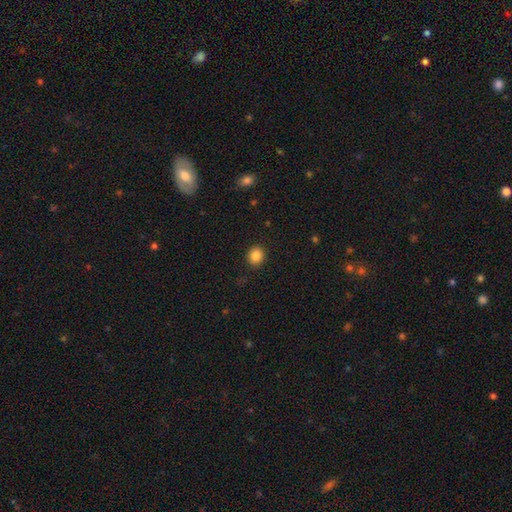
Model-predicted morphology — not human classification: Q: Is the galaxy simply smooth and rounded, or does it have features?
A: smooth — 86%.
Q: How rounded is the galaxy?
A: round — 72%.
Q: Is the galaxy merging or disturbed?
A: none — 90%.